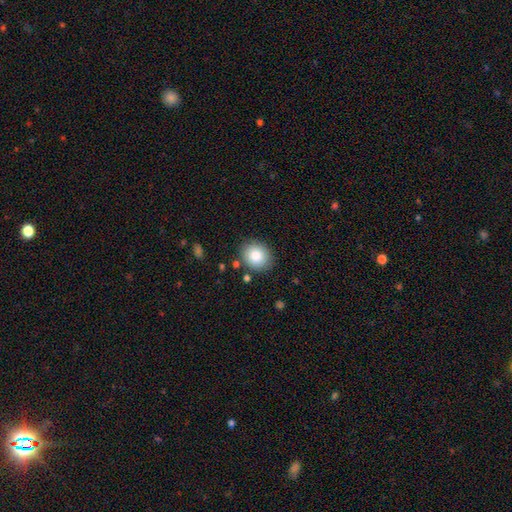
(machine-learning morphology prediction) smooth_or_featured: smooth (p=0.83) [alt: star or artifact p=0.09]
how_rounded: round (p=0.68) [alt: in between p=0.31]
merging: none (p=0.85) [alt: minor disturbance p=0.10]